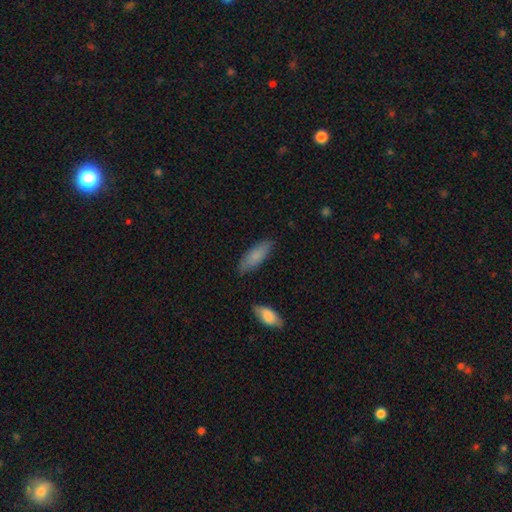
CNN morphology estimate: Smooth or featured?
  - smooth: 82% *
  - featured or disk: 13%
  - star or artifact: 6%
How rounded?
  - in between: 65% *
  - cigar-shaped: 34%
  - round: 2%
Merging?
  - none: 80% *
  - minor disturbance: 15%
  - major disturbance: 3%
  - merger: 2%